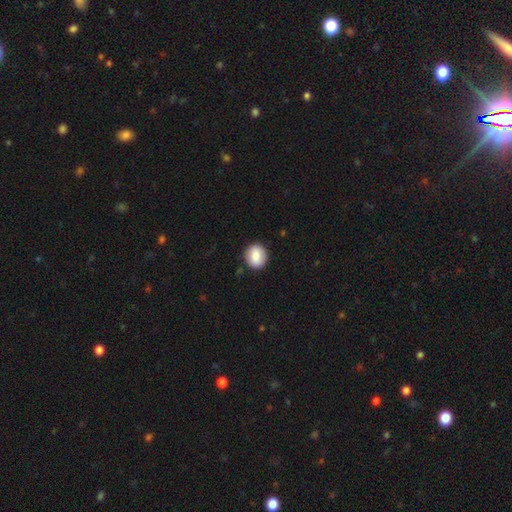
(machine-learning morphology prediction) Smooth or featured?
  - smooth: 82% *
  - featured or disk: 11%
  - star or artifact: 7%
How rounded?
  - round: 75% *
  - in between: 24%
  - cigar-shaped: 1%
Merging?
  - none: 87% *
  - minor disturbance: 9%
  - major disturbance: 2%
  - merger: 1%